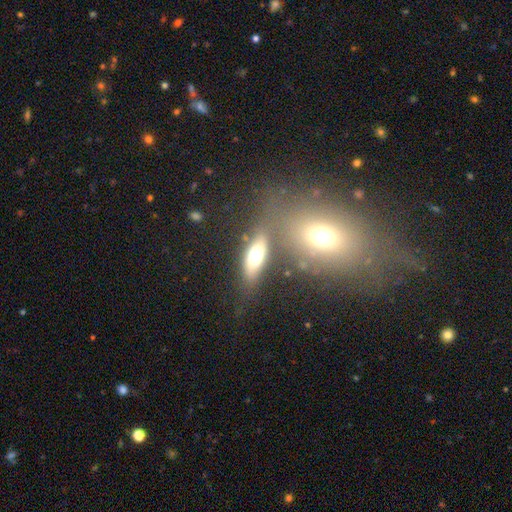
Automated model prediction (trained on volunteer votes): Q: Smooth or featured?
A: smooth (62%); runner-up: featured or disk (28%)
Q: How rounded?
A: in between (71%); runner-up: cigar-shaped (23%)
Q: Merging?
A: none (66%); runner-up: minor disturbance (14%)